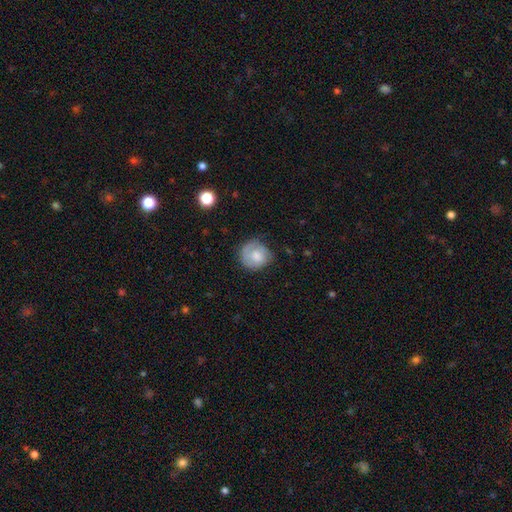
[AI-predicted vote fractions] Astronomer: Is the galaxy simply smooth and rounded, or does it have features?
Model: smooth — 57% (runner-up: featured or disk, 36%).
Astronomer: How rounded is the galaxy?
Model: round — 84%.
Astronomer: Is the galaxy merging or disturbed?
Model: none — 64%.